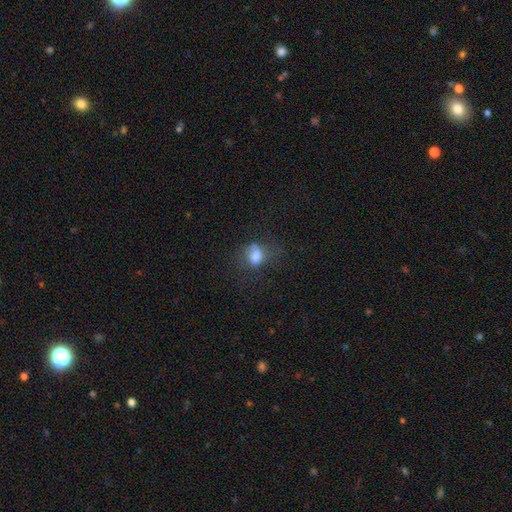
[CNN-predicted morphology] Smooth or featured: smooth — 72% (featured or disk — 14%)
How rounded: in between — 65% (round — 32%)
Merging: none — 42% (major disturbance — 27%)